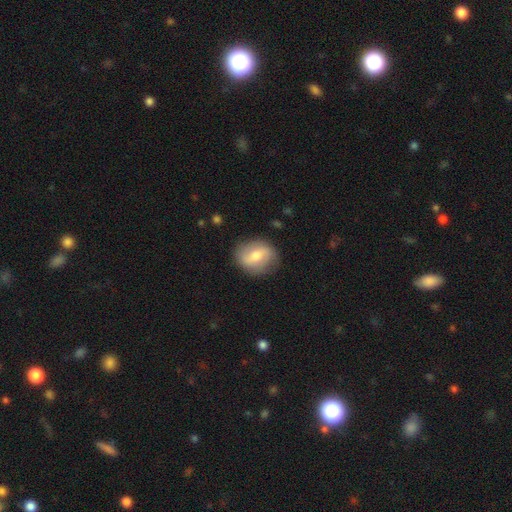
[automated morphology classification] type=smooth (53%); roundness=round (63%); merging=none (80%).